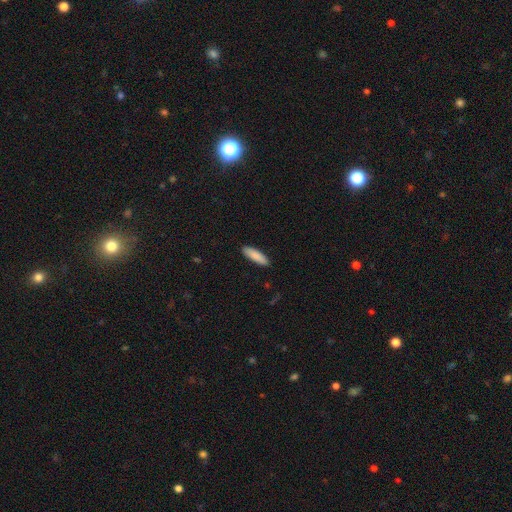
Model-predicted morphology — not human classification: Overall: smooth (87%). How rounded: cigar-shaped (64%; in between 35%). Merging: none (90%).